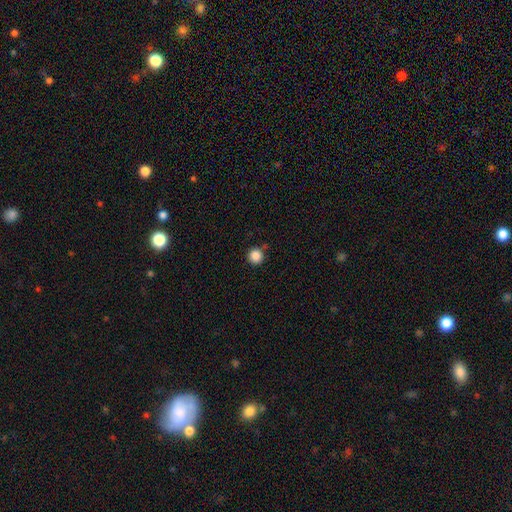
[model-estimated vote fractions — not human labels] Overall: smooth (86%). How rounded: round (95%). Merging: none (88%).